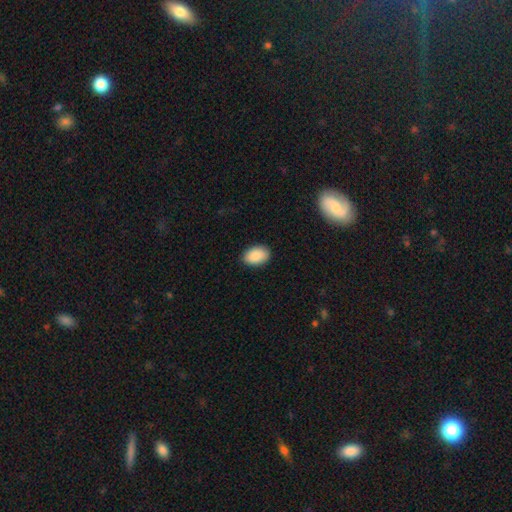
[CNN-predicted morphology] This is clearly a smooth galaxy (90%). How rounded: clearly in between (89%). Merging: clearly none (87%).